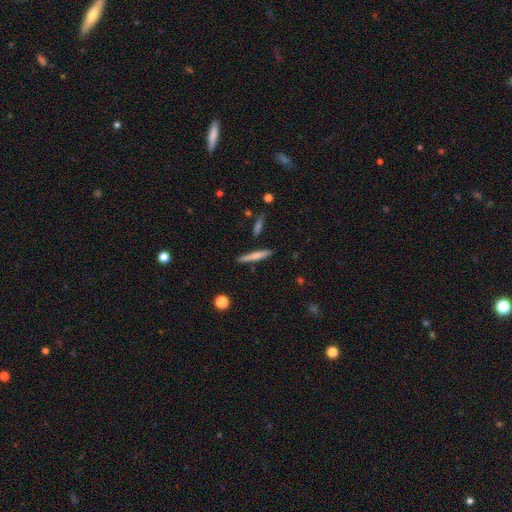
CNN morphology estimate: smooth-or-featured: smooth: 61% | featured or disk: 33% | star or artifact: 6%
  how-rounded: cigar-shaped: 93% | in between: 5% | round: 2%
  merging: none: 85% | minor disturbance: 10% | merger: 3% | major disturbance: 2%